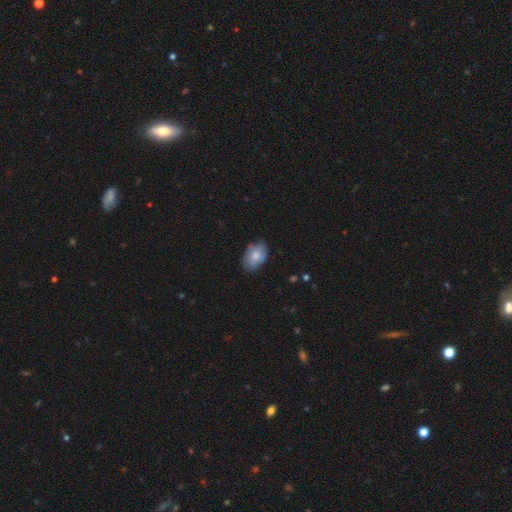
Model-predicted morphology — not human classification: A smooth galaxy with no disk features (59%) that is in between round and cigar-shaped (84%).

Vote fractions:
- Smooth or featured? smooth: 59% / featured or disk: 34% / star or artifact: 7%
- How rounded? in between: 84% / round: 15% / cigar-shaped: 1%
- Merging? none: 72% / minor disturbance: 22% / major disturbance: 5% / merger: 1%